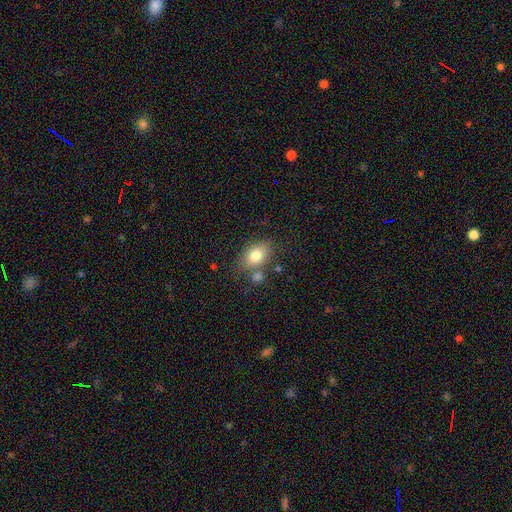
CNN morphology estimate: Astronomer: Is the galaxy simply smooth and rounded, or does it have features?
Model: smooth — 78%.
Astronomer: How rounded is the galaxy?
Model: in between — 80%.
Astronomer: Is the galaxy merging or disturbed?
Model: none — 64%.